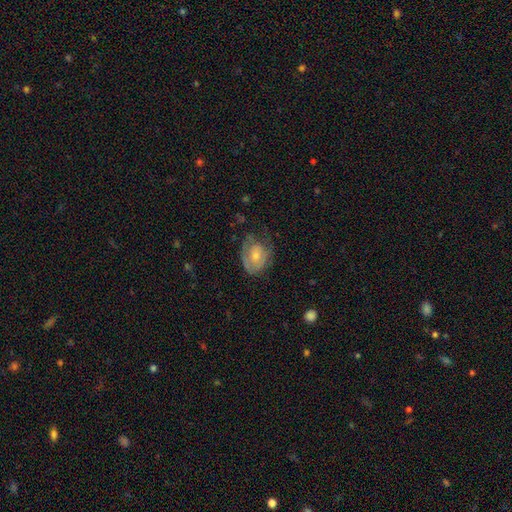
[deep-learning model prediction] The model was most divided on "smooth or featured": smooth: 47%, featured or disk: 46%, star or artifact: 7%. Remaining: merging — none (46%).